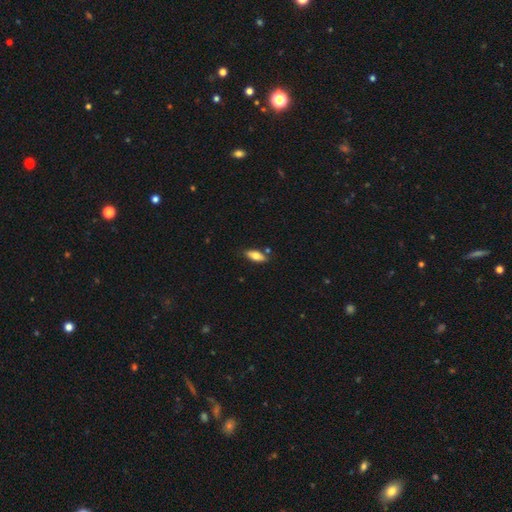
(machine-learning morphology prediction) Q: Smooth or featured?
A: smooth (72%); runner-up: featured or disk (21%)
Q: How rounded?
A: in between (78%); runner-up: cigar-shaped (19%)
Q: Merging?
A: none (79%); runner-up: minor disturbance (14%)